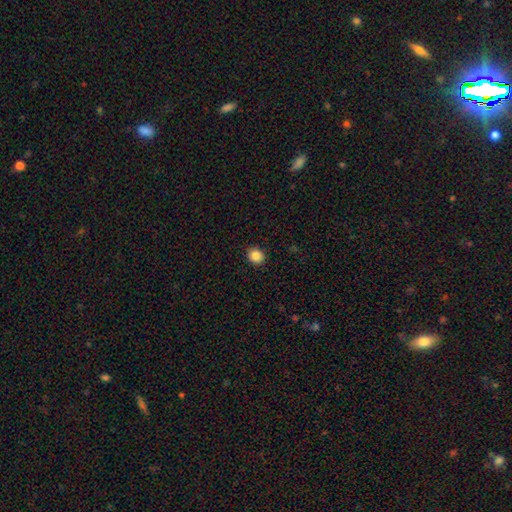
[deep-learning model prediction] A smooth galaxy with no disk features (86%) that is round (80%). Merging: none (92%).